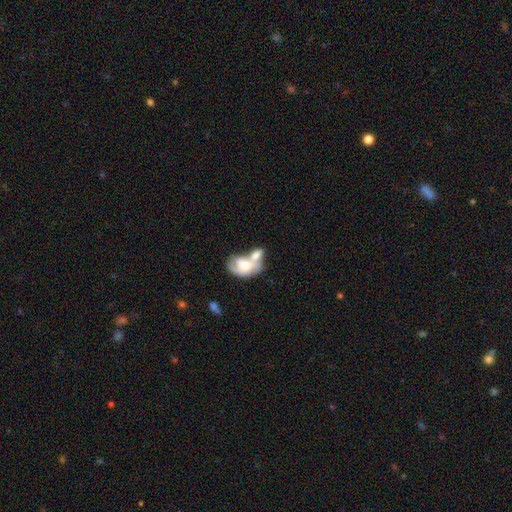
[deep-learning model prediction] Morphology: type=smooth (48%); merging=merger (68%).